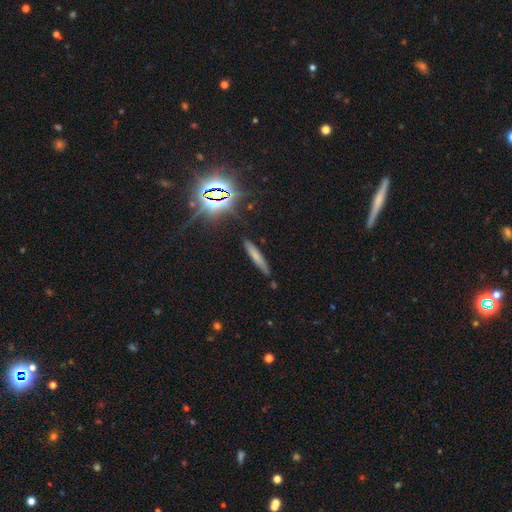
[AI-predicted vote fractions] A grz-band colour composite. It shows a smooth galaxy with no disk features (62%) that is cigar-shaped (91%). Merging: none (83%).